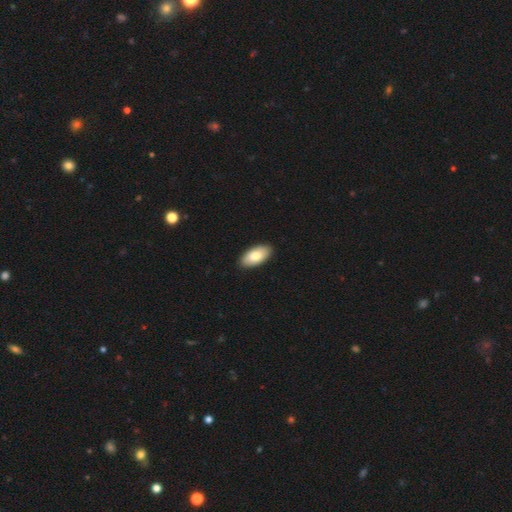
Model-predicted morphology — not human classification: Overall: smooth (82%). How rounded: in between (94%). Merging: none (90%).